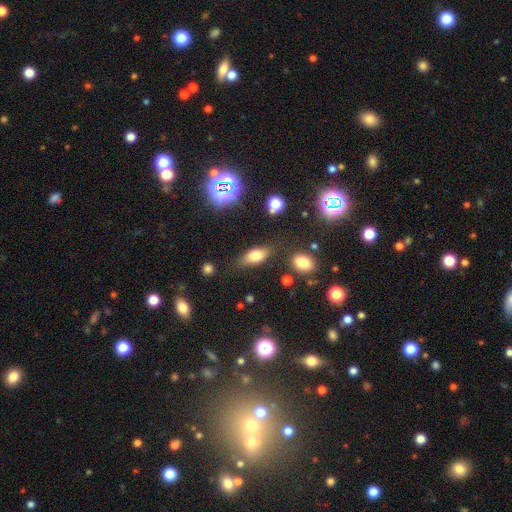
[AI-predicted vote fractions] Smooth or featured: smooth — 70% (featured or disk — 17%)
How rounded: in between — 80% (cigar-shaped — 14%)
Merging: none — 74% (minor disturbance — 16%)